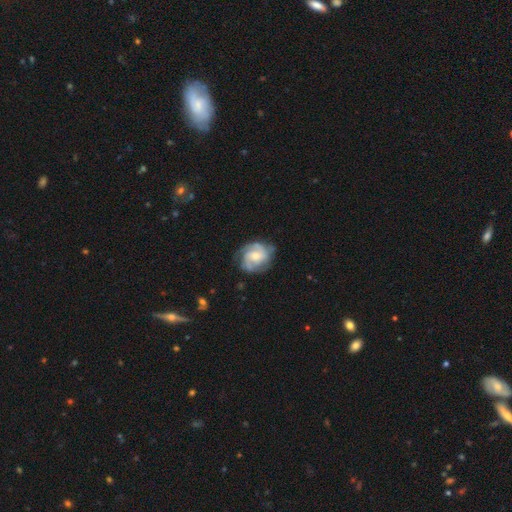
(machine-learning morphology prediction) A featured or disk galaxy (79%) with no bar (54%), 2 (34%) tight (48%) spiral arms (94%) and a moderate central bulge (51%). Merging: none (69%).